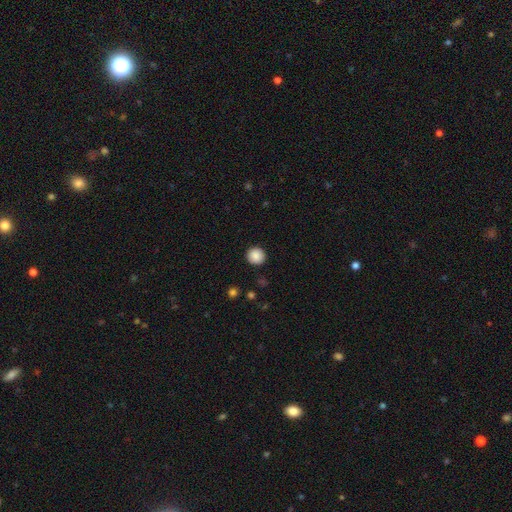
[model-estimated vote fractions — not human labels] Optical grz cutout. It shows a smooth galaxy with no disk features (88%) that is round (94%). Merging: none (92%).